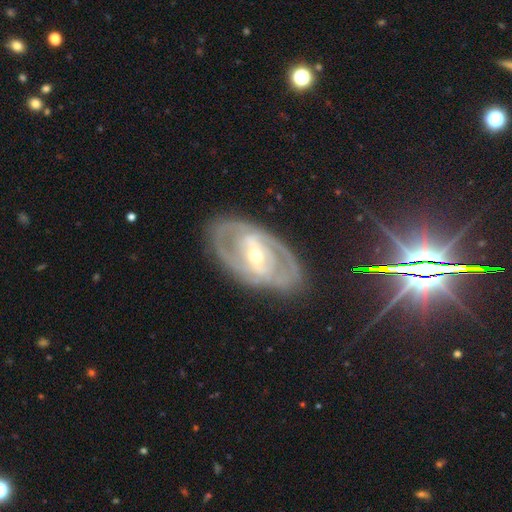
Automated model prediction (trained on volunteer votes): Smooth or featured?
  - featured or disk: 84% *
  - smooth: 11%
  - star or artifact: 6%
Edge-on disk?
  - no: 94% *
  - yes: 6%
Bar?
  - strong: 42% *
  - weak: 37%
  - no: 21%
Spiral arms?
  - yes: 78% *
  - no: 22%
Spiral winding?
  - tight: 55% *
  - medium: 35%
  - loose: 10%
Spiral arm count?
  - 2: 63% *
  - can't tell: 23%
  - 3: 7%
  - 1: 3%
  - 4: 2%
  - more than 4: 2%
Bulge size?
  - small: 53% *
  - moderate: 44%
  - large: 2%
  - none: 1%
  - dominant: 1%
Merging?
  - none: 78% *
  - minor disturbance: 14%
  - major disturbance: 7%
  - merger: 1%